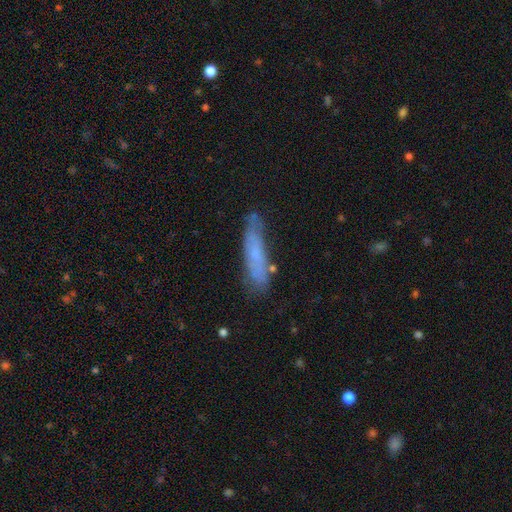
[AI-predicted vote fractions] Smooth or featured? Predicted: smooth (p=0.57). How rounded? Predicted: cigar-shaped (p=0.81). Merging? Predicted: none (p=0.74).